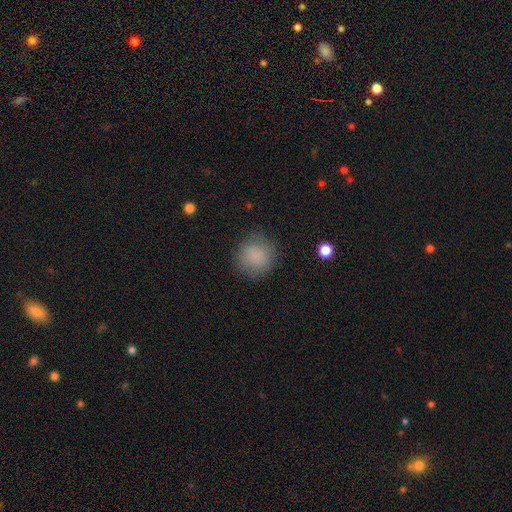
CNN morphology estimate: This appears to be a smooth galaxy with no disk features (85%) that is round (89%). Merging: none (81%).